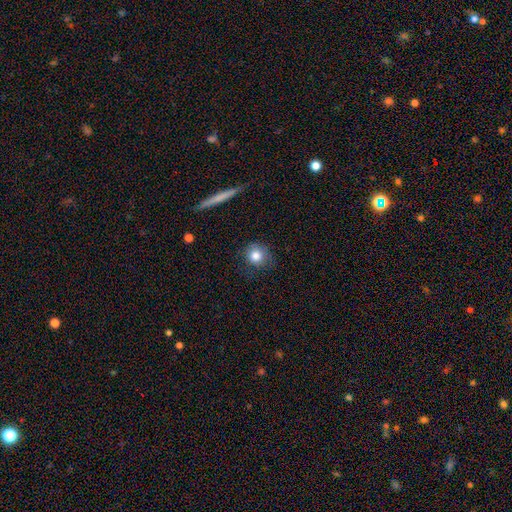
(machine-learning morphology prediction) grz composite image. It shows a smooth galaxy with no disk features (82%) that is round (88%). Merging: none (76%).